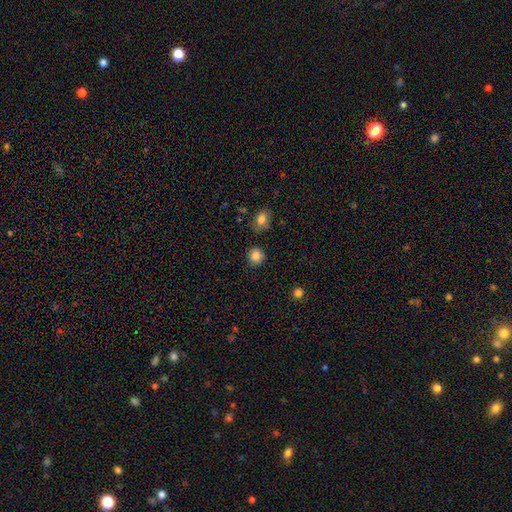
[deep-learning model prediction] smooth-or-featured: smooth: 85% | star or artifact: 10% | featured or disk: 5%
  how-rounded: round: 84% | in between: 15% | cigar-shaped: 1%
  merging: none: 86% | minor disturbance: 9% | merger: 3% | major disturbance: 2%